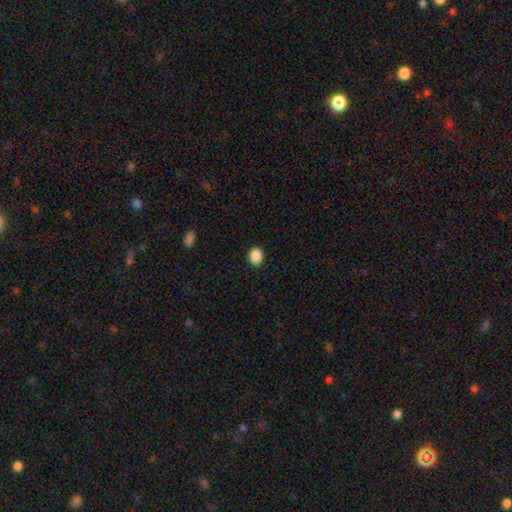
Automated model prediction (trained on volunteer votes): Smooth or featured? Predicted: smooth (p=0.89). How rounded? Predicted: round (p=0.55). Merging? Predicted: none (p=0.89).